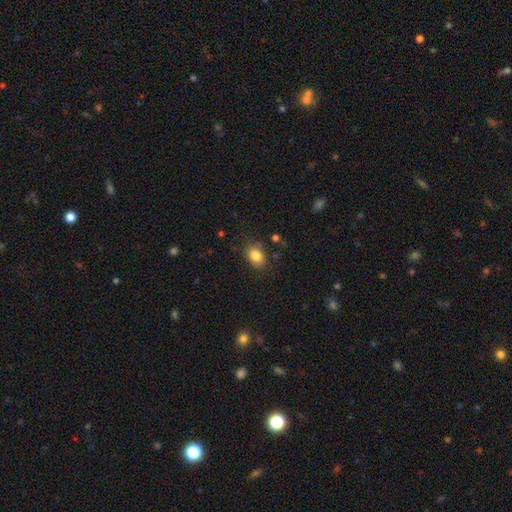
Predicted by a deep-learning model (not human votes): smooth_or_featured: smooth (p=0.83) [alt: star or artifact p=0.09]
how_rounded: in between (p=0.74) [alt: round p=0.25]
merging: none (p=0.76) [alt: minor disturbance p=0.17]